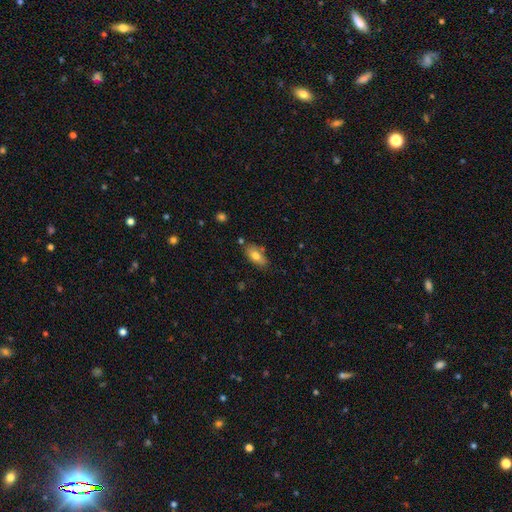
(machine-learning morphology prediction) type=smooth (75%); roundness=in between (88%); merging=none (76%).